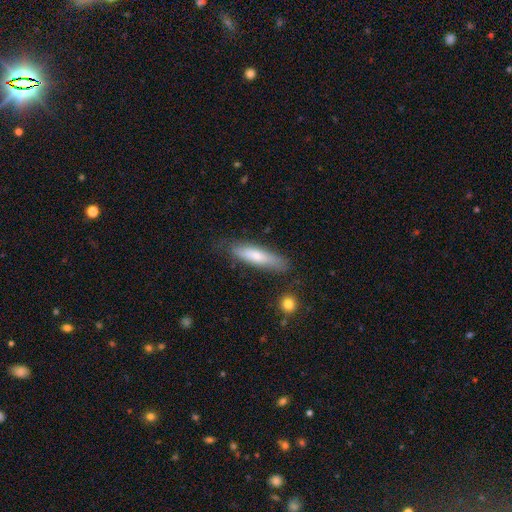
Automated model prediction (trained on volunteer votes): Overall: smooth (64%; featured or disk 30%). How rounded: cigar-shaped (71%). Merging: none (74%).